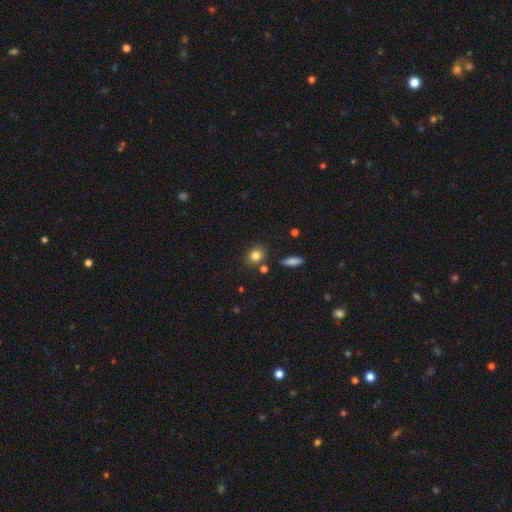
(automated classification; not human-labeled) smooth 81%, star or artifact 10%, featured or disk 8%. Down the decision tree: how rounded — round (64%); merging — none (79%).